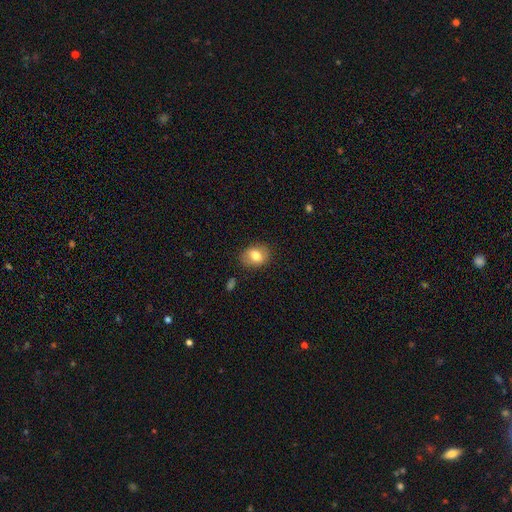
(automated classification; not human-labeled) smooth_or_featured: smooth (p=0.77) [alt: featured or disk p=0.15]
how_rounded: in between (p=0.59) [alt: round p=0.40]
merging: none (p=0.83) [alt: minor disturbance p=0.12]